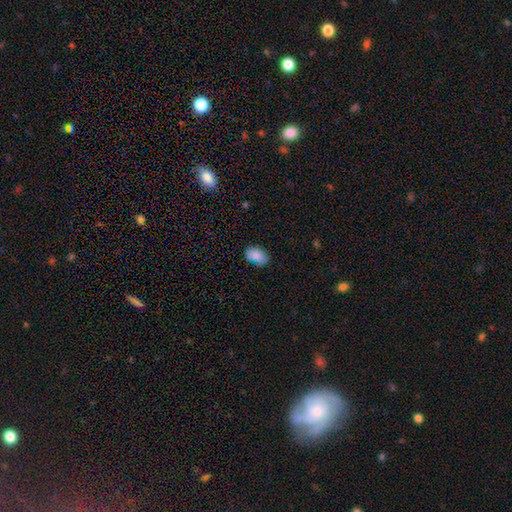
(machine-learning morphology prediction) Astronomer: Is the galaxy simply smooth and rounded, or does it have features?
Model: smooth — 85%.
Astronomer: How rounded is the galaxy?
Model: in between — 87%.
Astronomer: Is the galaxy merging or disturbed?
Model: none — 69%.